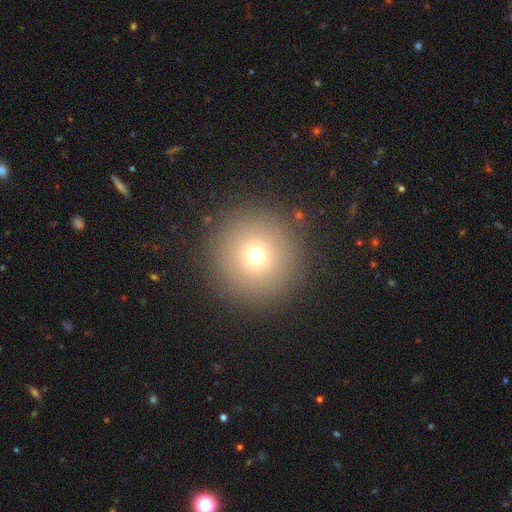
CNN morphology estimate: Smooth or featured? Predicted: smooth (p=0.71). How rounded? Predicted: round (p=0.97). Merging? Predicted: none (p=0.91).